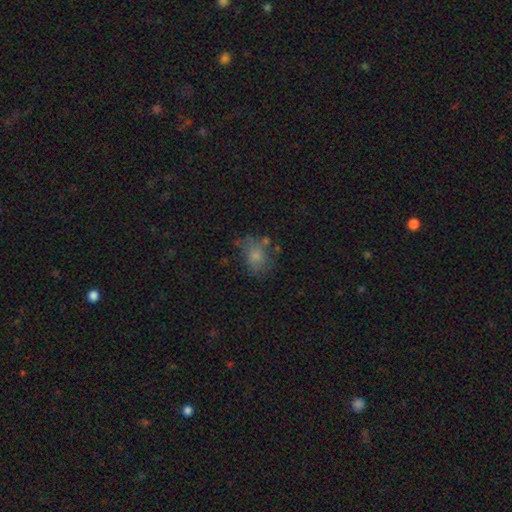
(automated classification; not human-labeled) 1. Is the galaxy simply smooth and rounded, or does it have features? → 68% smooth, 20% featured or disk, 12% star or artifact.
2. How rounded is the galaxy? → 57% in between, 42% round, 1% cigar-shaped.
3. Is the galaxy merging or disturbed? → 47% none, 27% minor disturbance, 18% major disturbance, 8% merger.